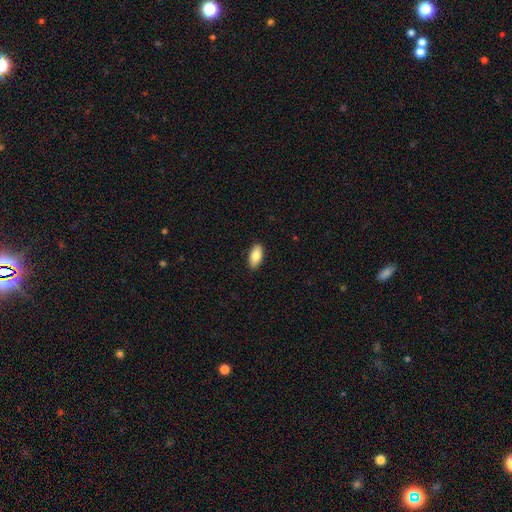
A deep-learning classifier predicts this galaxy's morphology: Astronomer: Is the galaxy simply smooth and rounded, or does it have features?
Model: smooth — 83%.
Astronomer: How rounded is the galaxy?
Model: in between — 91%.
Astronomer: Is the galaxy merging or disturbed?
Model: none — 90%.